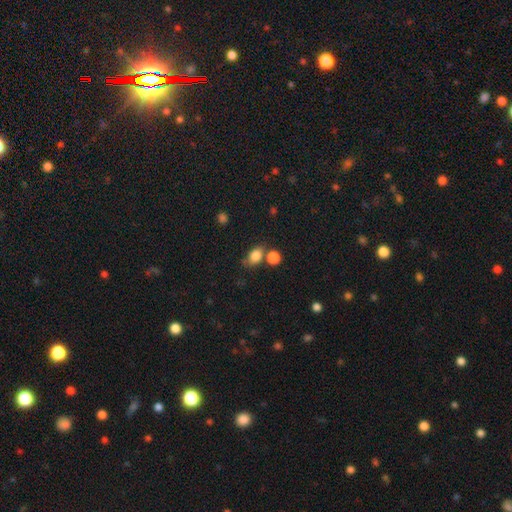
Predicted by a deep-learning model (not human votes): A smooth galaxy with no disk features (82%) that is in between round and cigar-shaped (70%). Merging: none (58%).